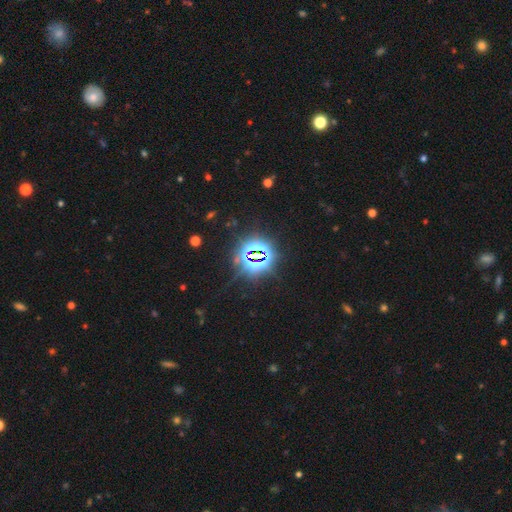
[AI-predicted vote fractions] A star or artifact, not a galaxy (82%).

Vote fractions:
- Smooth or featured? star or artifact: 82% / smooth: 11% / featured or disk: 7%